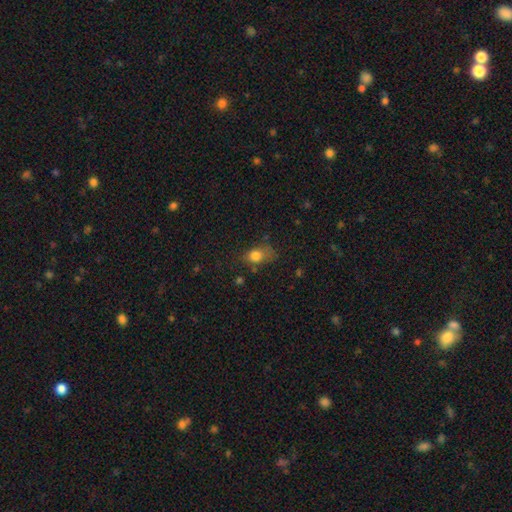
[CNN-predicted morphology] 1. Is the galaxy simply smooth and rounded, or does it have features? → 79% smooth, 11% star or artifact, 10% featured or disk.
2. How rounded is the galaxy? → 65% in between, 33% round, 3% cigar-shaped.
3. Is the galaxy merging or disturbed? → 46% none, 32% minor disturbance, 17% major disturbance, 5% merger.